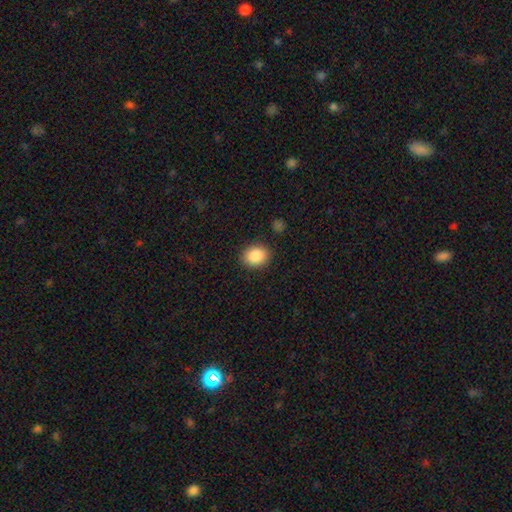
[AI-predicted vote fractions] A smooth galaxy with no disk features (88%) that is round (51%).

Vote fractions:
- Smooth or featured? smooth: 88% / star or artifact: 8% / featured or disk: 4%
- How rounded? round: 51% / in between: 48% / cigar-shaped: 1%
- Merging? none: 88% / minor disturbance: 8% / major disturbance: 3% / merger: 2%